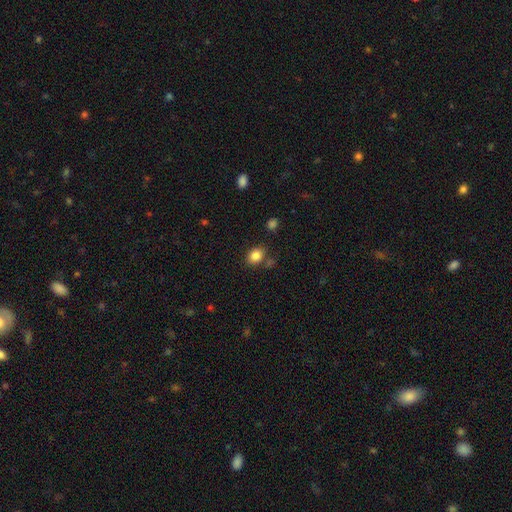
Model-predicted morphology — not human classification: A smooth galaxy with no disk features (84%) that is in between round and cigar-shaped (54%).

Vote fractions:
- Smooth or featured? smooth: 84% / star or artifact: 10% / featured or disk: 5%
- How rounded? in between: 54% / round: 45% / cigar-shaped: 1%
- Merging? none: 76% / minor disturbance: 13% / merger: 7% / major disturbance: 4%